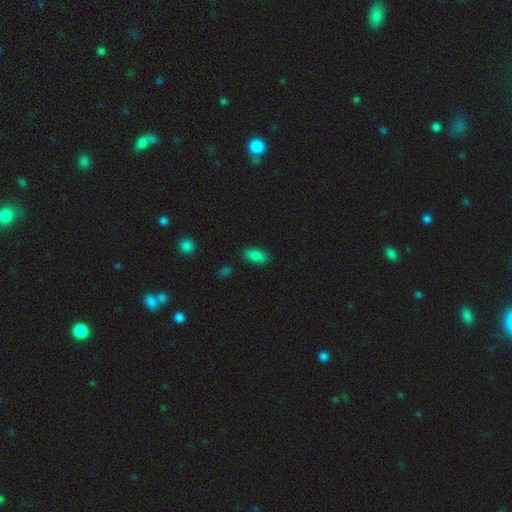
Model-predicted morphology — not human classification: smooth 85%, star or artifact 10%, featured or disk 5%. Down the decision tree: how rounded — in between (88%); merging — none (85%).